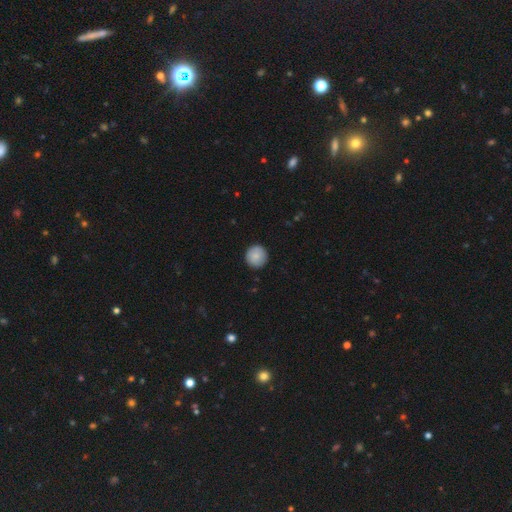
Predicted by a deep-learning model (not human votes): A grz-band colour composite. It shows a smooth galaxy with no disk features (84%) that is round (95%). Merging: none (91%).